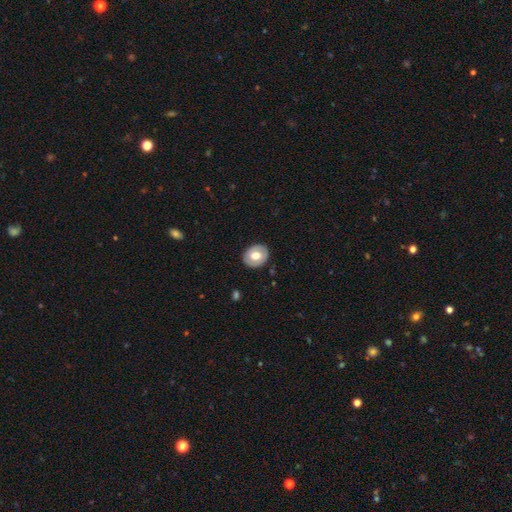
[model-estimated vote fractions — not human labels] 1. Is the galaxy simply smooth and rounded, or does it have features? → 57% smooth, 37% featured or disk, 6% star or artifact.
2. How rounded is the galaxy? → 60% round, 39% in between, 1% cigar-shaped.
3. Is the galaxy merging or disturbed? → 86% none, 10% minor disturbance, 3% major disturbance, 1% merger.